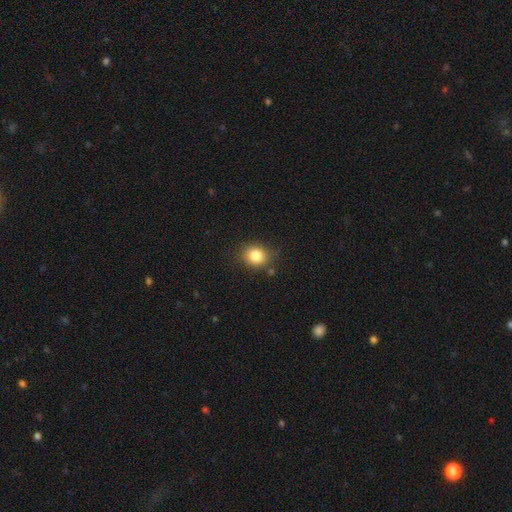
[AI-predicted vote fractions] Smooth or featured? Predicted: smooth (p=0.83). How rounded? Predicted: round (p=0.63). Merging? Predicted: none (p=0.81).